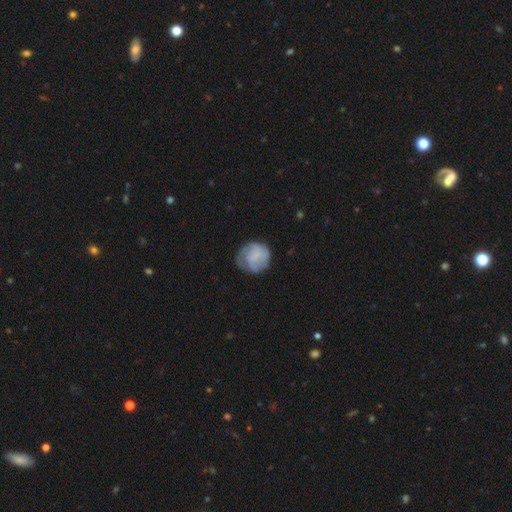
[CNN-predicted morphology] A smooth galaxy with no disk features (53%) that is round (87%).

Vote fractions:
- Smooth or featured? smooth: 53% / featured or disk: 40% / star or artifact: 8%
- How rounded? round: 87% / in between: 12% / cigar-shaped: 1%
- Merging? none: 60% / minor disturbance: 25% / major disturbance: 14% / merger: 2%